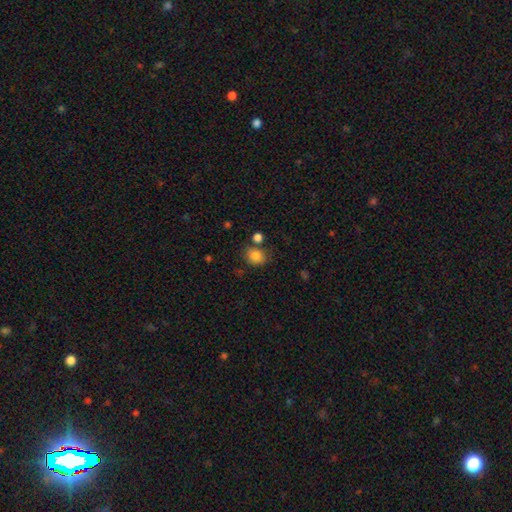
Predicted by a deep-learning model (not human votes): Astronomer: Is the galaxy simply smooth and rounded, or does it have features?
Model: smooth — 83%.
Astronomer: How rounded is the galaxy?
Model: round — 66%.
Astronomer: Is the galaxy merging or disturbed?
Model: none — 69%.